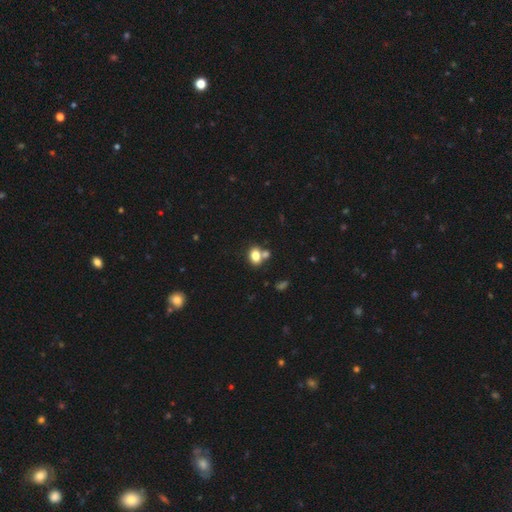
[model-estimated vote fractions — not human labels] Q: Smooth or featured?
A: smooth (80%); runner-up: star or artifact (11%)
Q: How rounded?
A: in between (67%); runner-up: round (32%)
Q: Merging?
A: none (56%); runner-up: merger (29%)